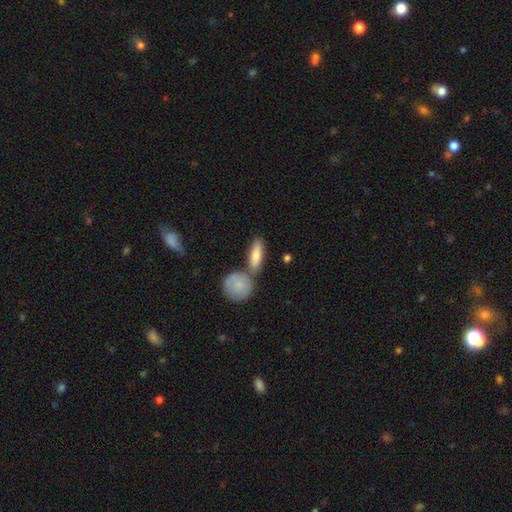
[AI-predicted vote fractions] smooth 76%, featured or disk 18%, star or artifact 6%. Down the decision tree: how rounded — in between (56%); merging — none (60%).